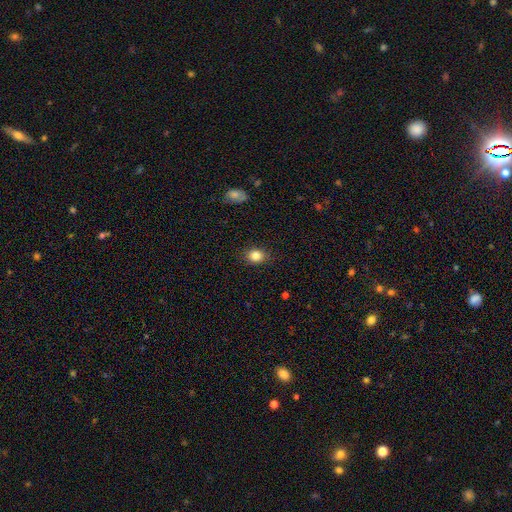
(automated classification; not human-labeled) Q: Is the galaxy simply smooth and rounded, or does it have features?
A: smooth — 84%.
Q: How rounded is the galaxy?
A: round — 56%.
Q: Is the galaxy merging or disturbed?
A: none — 85%.